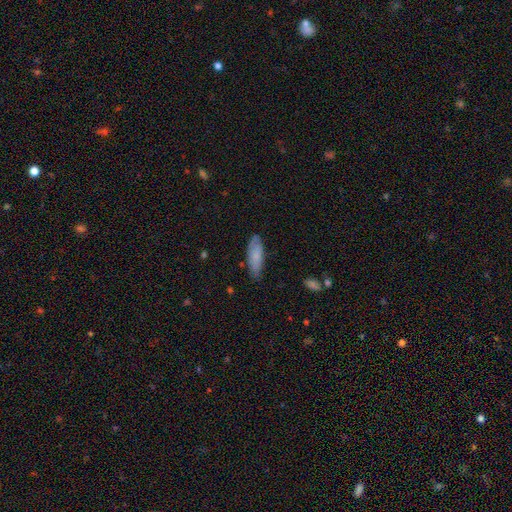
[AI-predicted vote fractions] smooth 75%, featured or disk 19%, star or artifact 6%. Down the decision tree: how rounded — in between (60%); merging — none (74%).